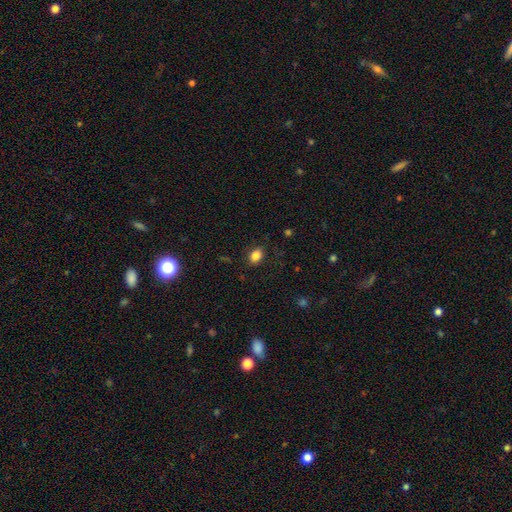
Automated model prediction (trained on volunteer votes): smooth_or_featured: smooth (p=0.85) [alt: star or artifact p=0.10]
how_rounded: in between (p=0.71) [alt: round p=0.28]
merging: none (p=0.85) [alt: minor disturbance p=0.11]